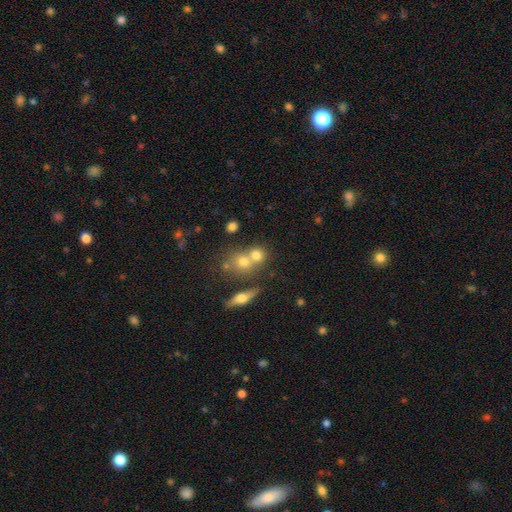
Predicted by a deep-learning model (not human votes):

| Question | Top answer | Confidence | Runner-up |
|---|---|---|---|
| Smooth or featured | smooth | 52% | featured or disk (26%) |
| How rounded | in between | 52% | round (42%) |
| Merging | merger | 49% | none (37%) |